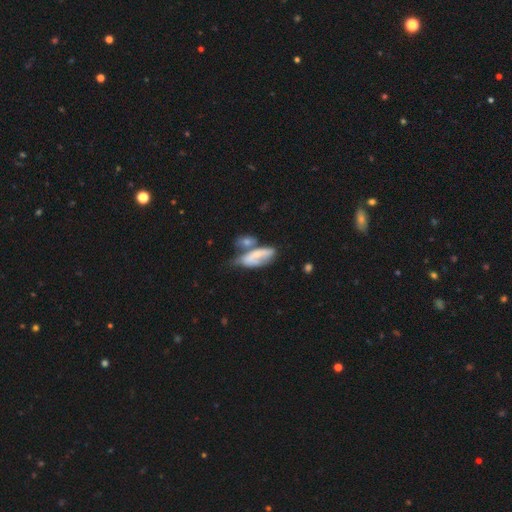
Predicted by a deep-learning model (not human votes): A smooth galaxy with no disk features (48%).

Vote fractions:
- Smooth or featured? smooth: 48% / featured or disk: 46% / star or artifact: 7%
- Merging? merger: 48% / none: 23% / minor disturbance: 17% / major disturbance: 12%